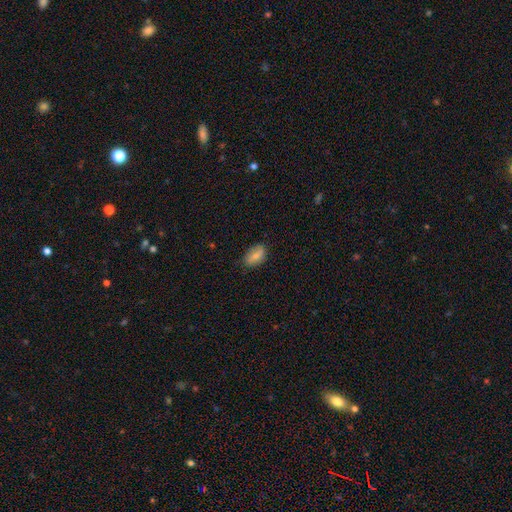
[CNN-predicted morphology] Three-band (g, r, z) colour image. It shows a smooth galaxy with no disk features (75%) that is in between round and cigar-shaped (90%). Merging: none (74%).